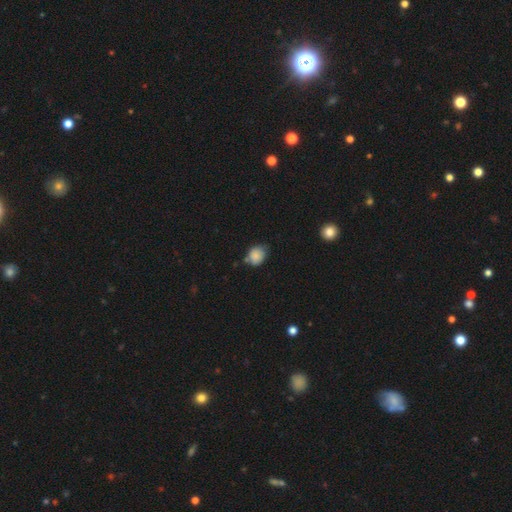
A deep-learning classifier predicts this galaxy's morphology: smooth_or_featured: smooth (p=0.84) [alt: star or artifact p=0.09]
how_rounded: round (p=0.61) [alt: in between p=0.38]
merging: none (p=0.58) [alt: minor disturbance p=0.30]